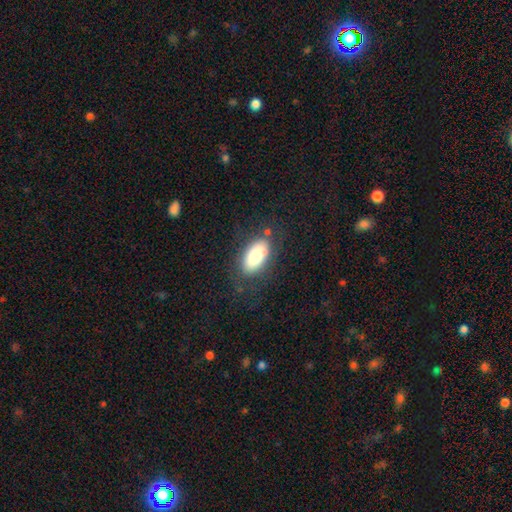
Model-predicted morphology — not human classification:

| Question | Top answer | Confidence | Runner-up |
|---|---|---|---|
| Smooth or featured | smooth | 80% | featured or disk (13%) |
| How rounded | in between | 93% | cigar-shaped (4%) |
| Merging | none | 73% | minor disturbance (16%) |